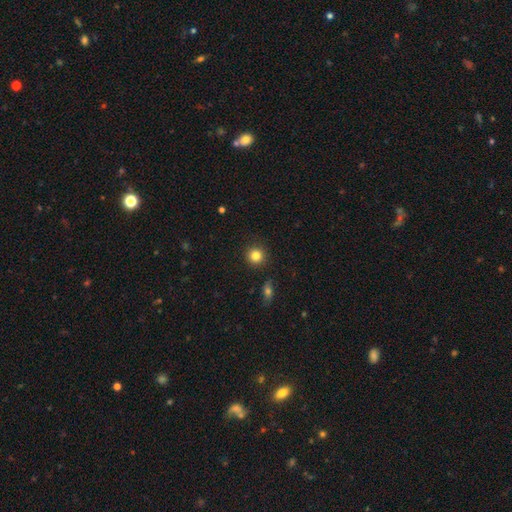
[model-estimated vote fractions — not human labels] Smooth or featured? Predicted: smooth (p=0.83). How rounded? Predicted: round (p=0.93). Merging? Predicted: none (p=0.90).